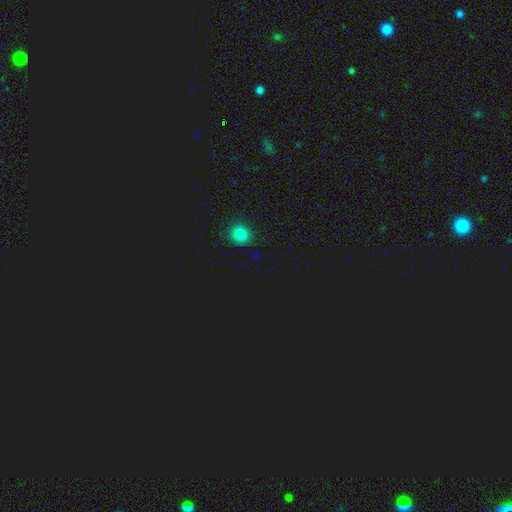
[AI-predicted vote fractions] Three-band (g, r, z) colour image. It shows a smooth galaxy with no disk features (67%) that is round (87%). Merging: none (90%).